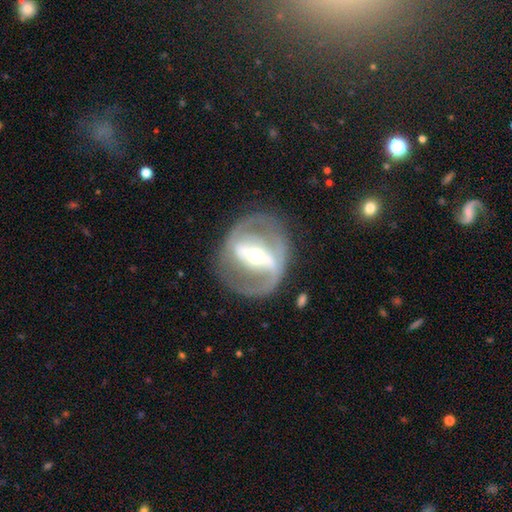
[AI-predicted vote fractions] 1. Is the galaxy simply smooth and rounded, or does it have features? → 83% featured or disk, 11% smooth, 5% star or artifact.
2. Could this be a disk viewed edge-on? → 91% no, 9% yes.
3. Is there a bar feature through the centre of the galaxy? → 72% strong, 18% weak, 9% no.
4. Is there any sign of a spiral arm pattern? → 63% yes, 37% no.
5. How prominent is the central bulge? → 60% moderate, 29% small, 9% large, 2% dominant, 1% none.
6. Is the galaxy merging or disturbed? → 76% none, 12% minor disturbance, 10% major disturbance, 2% merger.